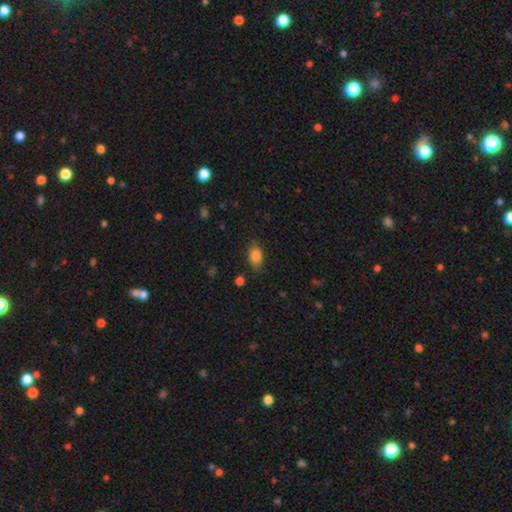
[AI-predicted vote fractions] Morphology: type=smooth (84%); roundness=in between (84%); merging=none (73%).